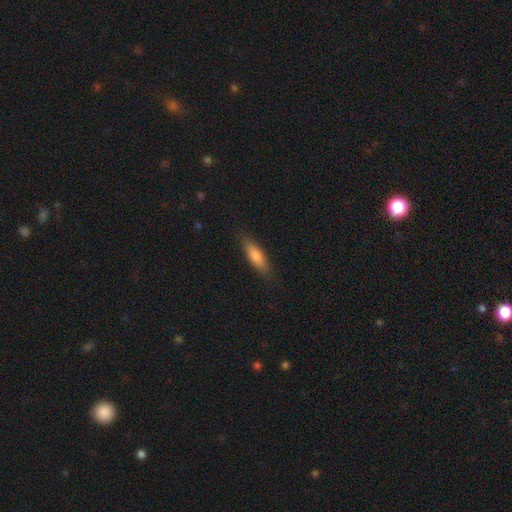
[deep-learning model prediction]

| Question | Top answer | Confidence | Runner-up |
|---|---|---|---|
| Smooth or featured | smooth | 77% | featured or disk (17%) |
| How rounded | cigar-shaped | 54% | in between (44%) |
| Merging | none | 84% | minor disturbance (12%) |